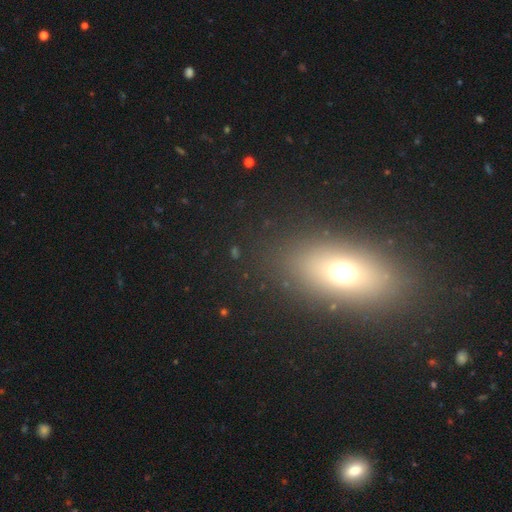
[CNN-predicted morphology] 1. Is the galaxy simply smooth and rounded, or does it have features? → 61% smooth, 22% featured or disk, 17% star or artifact.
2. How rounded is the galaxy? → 73% in between, 15% cigar-shaped, 12% round.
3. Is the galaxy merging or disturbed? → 88% none, 7% minor disturbance, 3% major disturbance, 2% merger.